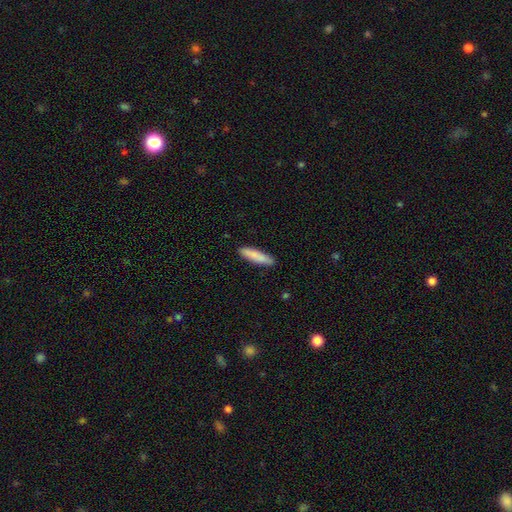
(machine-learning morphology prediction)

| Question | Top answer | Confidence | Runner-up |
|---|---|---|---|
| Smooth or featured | smooth | 84% | featured or disk (10%) |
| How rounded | cigar-shaped | 80% | in between (19%) |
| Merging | none | 89% | minor disturbance (8%) |